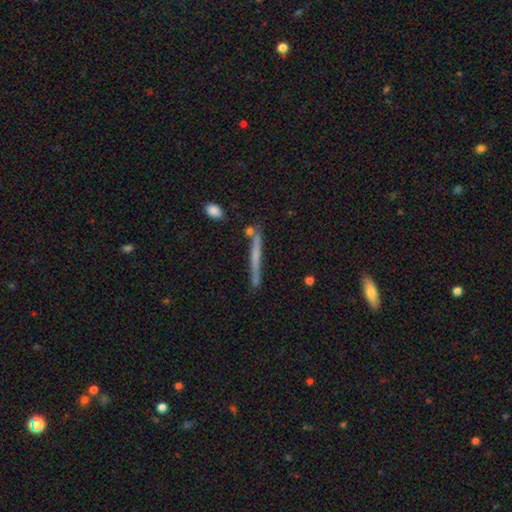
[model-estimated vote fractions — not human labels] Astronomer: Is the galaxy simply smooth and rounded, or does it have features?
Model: featured or disk — 48% (runner-up: smooth, 44%).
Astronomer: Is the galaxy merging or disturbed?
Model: none — 80%.